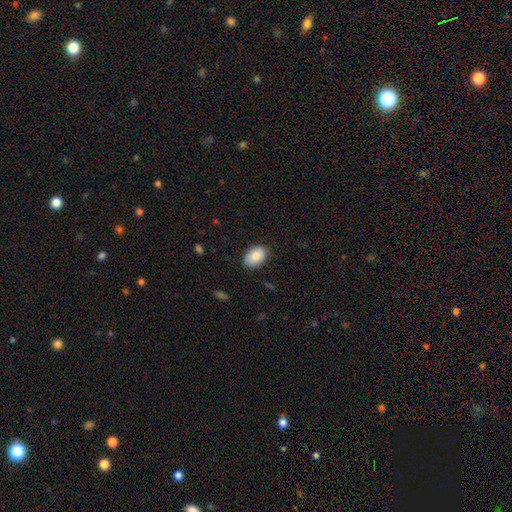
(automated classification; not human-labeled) A smooth galaxy with no disk features (85%) that is in between round and cigar-shaped (85%). Merging: none (84%).